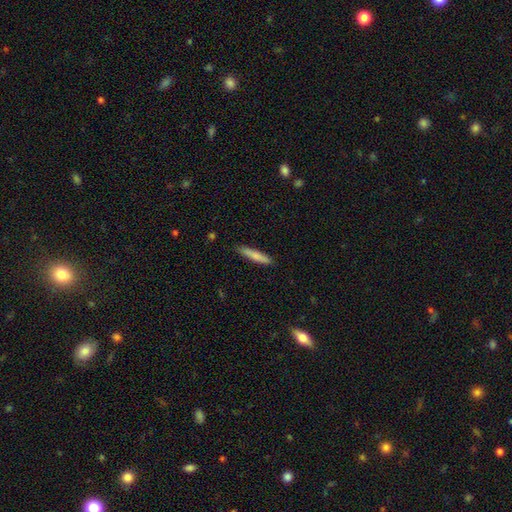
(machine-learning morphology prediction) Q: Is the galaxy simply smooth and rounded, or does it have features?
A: smooth — 77%.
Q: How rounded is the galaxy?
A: cigar-shaped — 90%.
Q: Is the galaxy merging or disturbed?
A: none — 88%.